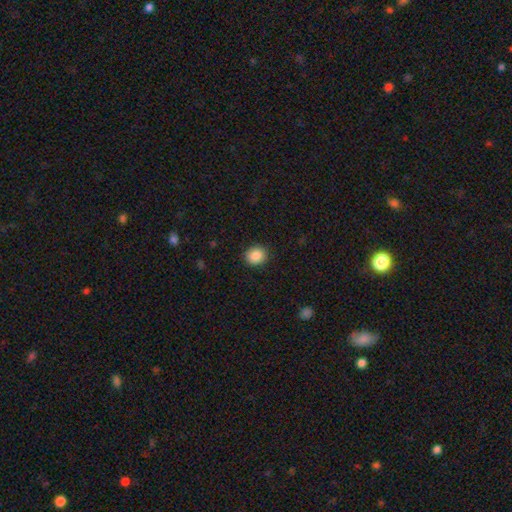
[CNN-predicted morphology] smooth_or_featured: smooth (p=0.87) [alt: star or artifact p=0.09]
how_rounded: round (p=0.76) [alt: in between p=0.23]
merging: none (p=0.90) [alt: minor disturbance p=0.07]